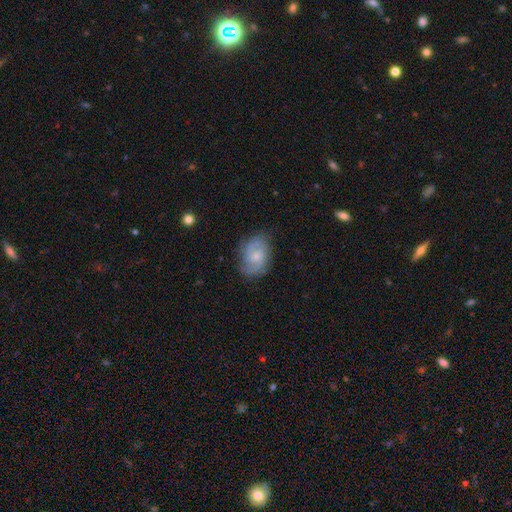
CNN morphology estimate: The model was most divided on "spiral winding": medium: 45%, tight: 41%, loose: 14%. More confident: edge-on disk — no (97%); spiral arms — yes (94%); merging — none (75%); smooth or featured — featured or disk (73%); spiral arm count — 2 (67%); bar — no (59%); bulge size — small (56%).